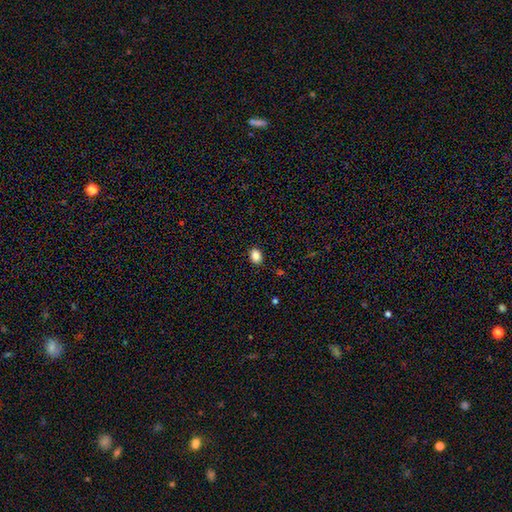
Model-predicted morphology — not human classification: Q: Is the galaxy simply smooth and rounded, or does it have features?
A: smooth — 86%.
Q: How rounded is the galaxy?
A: in between — 66%.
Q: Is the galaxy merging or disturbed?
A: none — 89%.